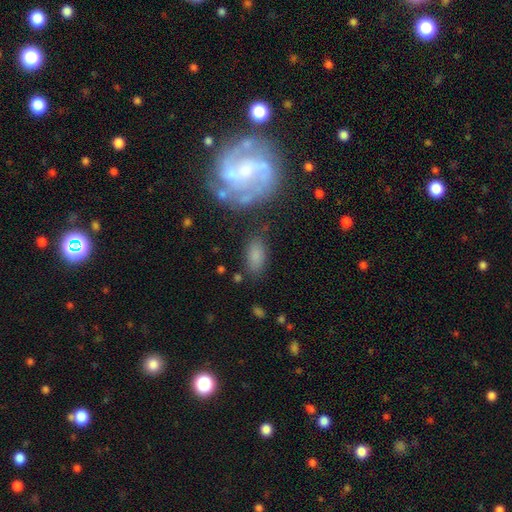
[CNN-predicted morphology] Q: Smooth or featured?
A: smooth (82%); runner-up: star or artifact (9%)
Q: How rounded?
A: in between (91%); runner-up: cigar-shaped (4%)
Q: Merging?
A: none (75%); runner-up: minor disturbance (14%)